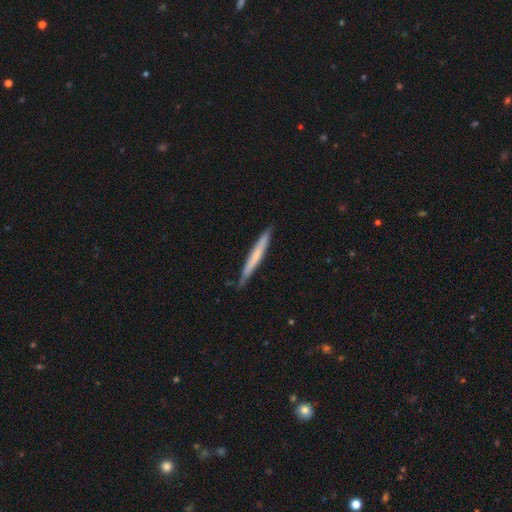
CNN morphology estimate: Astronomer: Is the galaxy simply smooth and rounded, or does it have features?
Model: smooth — 55% (runner-up: featured or disk, 40%).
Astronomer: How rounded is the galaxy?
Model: cigar-shaped — 97%.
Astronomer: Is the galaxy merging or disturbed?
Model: none — 85%.